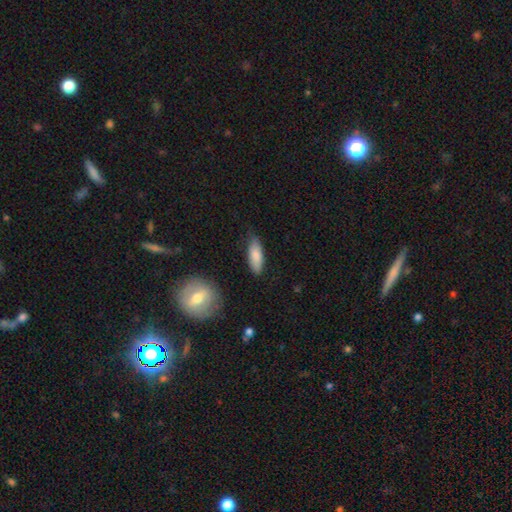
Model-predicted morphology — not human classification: Smooth or featured?
  - smooth: 83% *
  - featured or disk: 11%
  - star or artifact: 6%
How rounded?
  - in between: 65% *
  - cigar-shaped: 32%
  - round: 2%
Merging?
  - none: 68% *
  - minor disturbance: 25%
  - major disturbance: 4%
  - merger: 2%